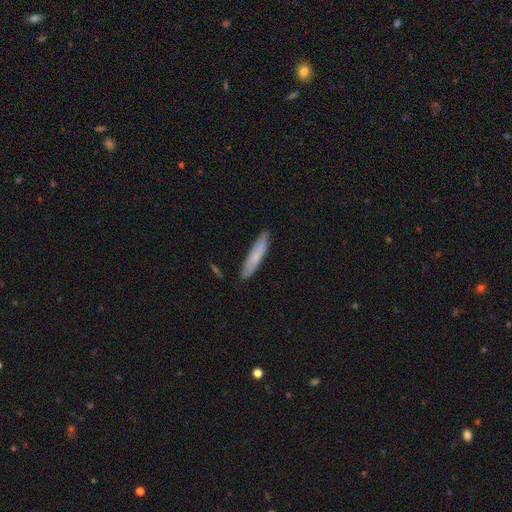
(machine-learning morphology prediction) This appears to be a smooth galaxy with no disk features (72%) that is cigar-shaped (89%). Merging: none (84%).